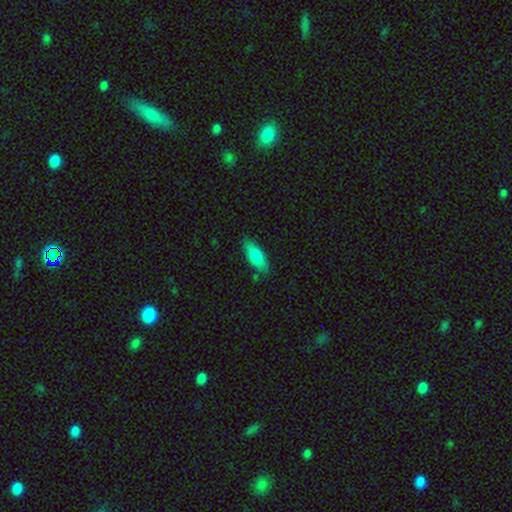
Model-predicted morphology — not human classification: smooth-or-featured: smooth: 79% | featured or disk: 15% | star or artifact: 6%
  how-rounded: in between: 71% | cigar-shaped: 27% | round: 2%
  merging: none: 81% | minor disturbance: 14% | major disturbance: 3% | merger: 2%